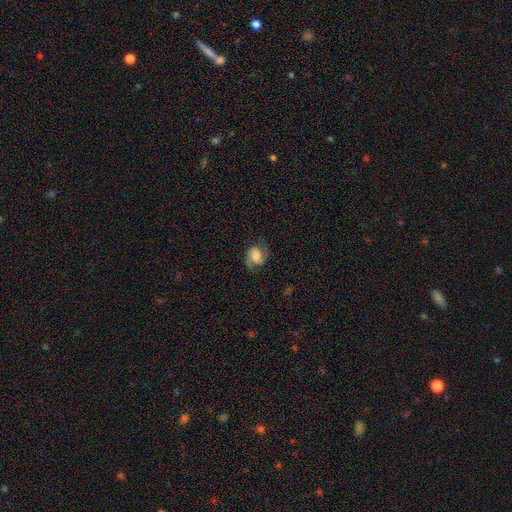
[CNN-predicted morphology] This appears to be a featured or disk galaxy (62%) with no bar (54%), 2 (87%) medium (49%) spiral arms (92%) and a large central bulge (31%, tied with moderate). Merging: none (70%).